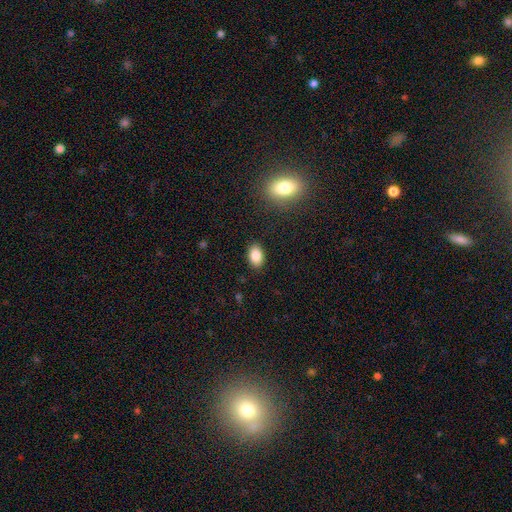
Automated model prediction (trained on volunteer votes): Morphology: type=smooth (85%); roundness=in between (88%); merging=none (88%).